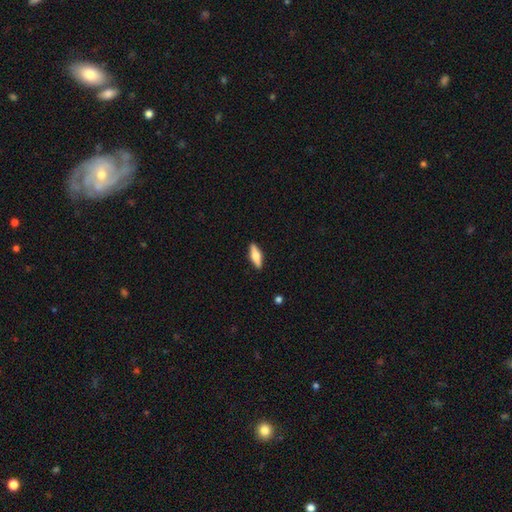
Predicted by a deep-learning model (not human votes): This is likely a smooth galaxy (60%). How rounded: possibly cigar-shaped (51%). Merging: clearly none (89%).